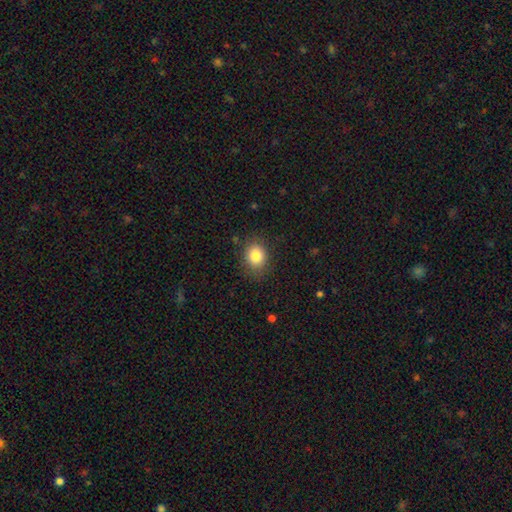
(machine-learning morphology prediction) smooth 83%, star or artifact 10%, featured or disk 7%. Down the decision tree: how rounded — round (55%); merging — none (83%).